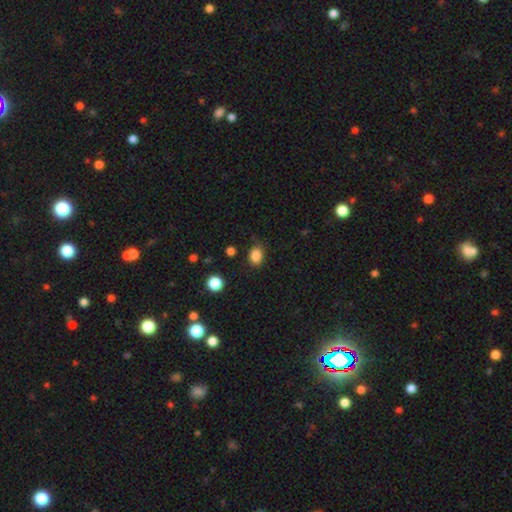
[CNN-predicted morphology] A smooth galaxy with no disk features (86%) that is in between round and cigar-shaped (53%).

Vote fractions:
- Smooth or featured? smooth: 86% / star or artifact: 11% / featured or disk: 4%
- How rounded? in between: 53% / round: 46% / cigar-shaped: 1%
- Merging? none: 77% / minor disturbance: 16% / major disturbance: 4% / merger: 2%